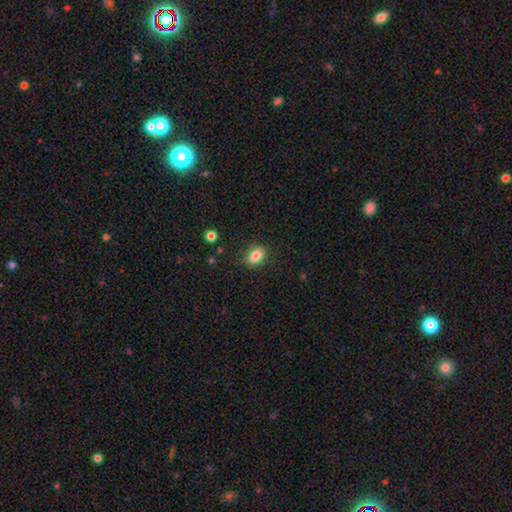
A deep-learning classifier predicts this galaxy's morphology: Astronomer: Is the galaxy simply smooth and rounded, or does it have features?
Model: smooth — 84%.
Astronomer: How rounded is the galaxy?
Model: in between — 80%.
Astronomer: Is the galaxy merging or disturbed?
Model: none — 85%.